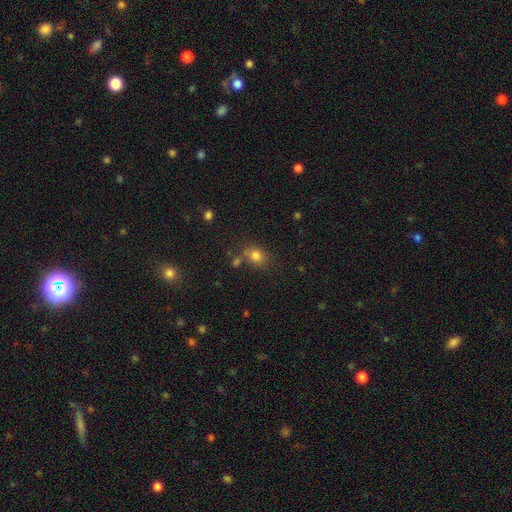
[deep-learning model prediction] Smooth or featured? Predicted: smooth (p=0.79). How rounded? Predicted: round (p=0.55). Merging? Predicted: none (p=0.66).